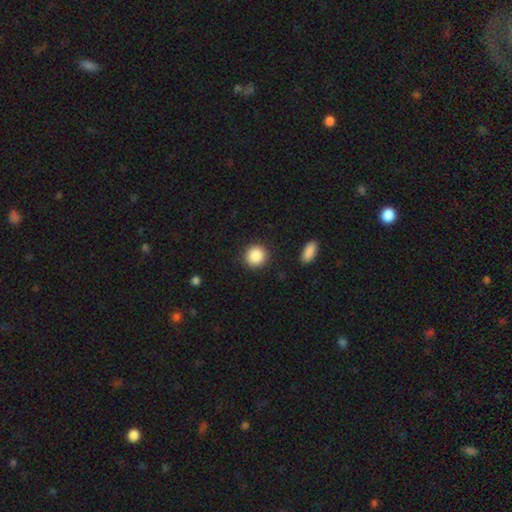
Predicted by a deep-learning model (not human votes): Smooth or featured? smooth (88%)
How rounded? round (91%)
Merging? none (90%)